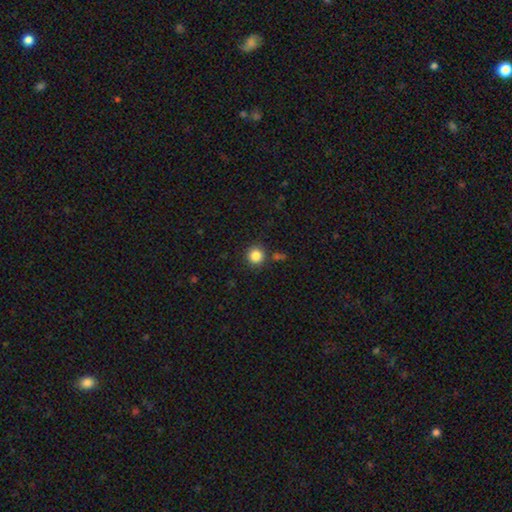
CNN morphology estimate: Smooth or featured? Predicted: smooth (p=0.85). How rounded? Predicted: round (p=0.94). Merging? Predicted: none (p=0.87).